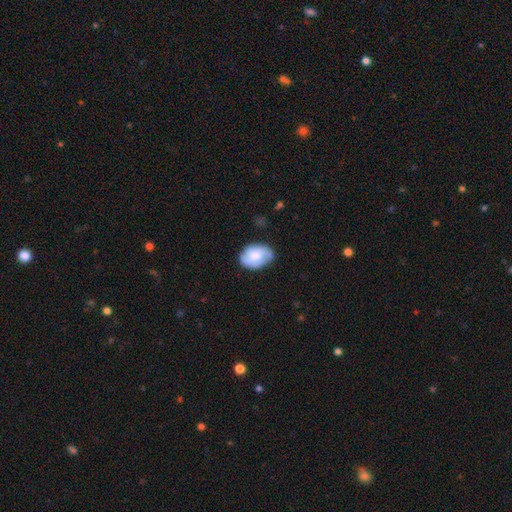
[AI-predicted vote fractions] smooth-or-featured: smooth: 58% | featured or disk: 35% | star or artifact: 7%
  how-rounded: in between: 80% | round: 19% | cigar-shaped: 1%
  merging: none: 70% | minor disturbance: 24% | major disturbance: 5% | merger: 1%